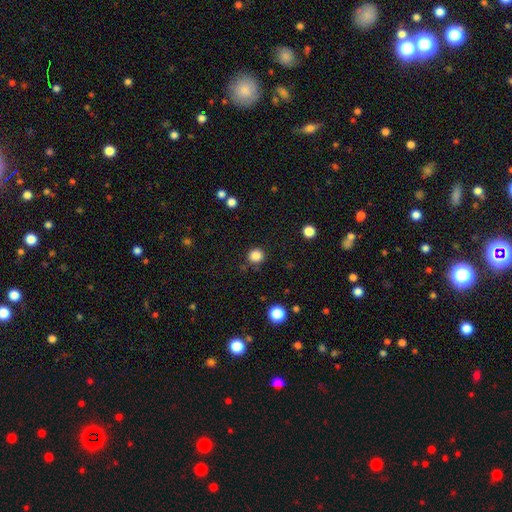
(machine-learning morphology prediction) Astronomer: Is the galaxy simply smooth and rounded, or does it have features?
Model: smooth — 85%.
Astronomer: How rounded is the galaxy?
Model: round — 89%.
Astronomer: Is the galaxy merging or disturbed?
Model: none — 86%.